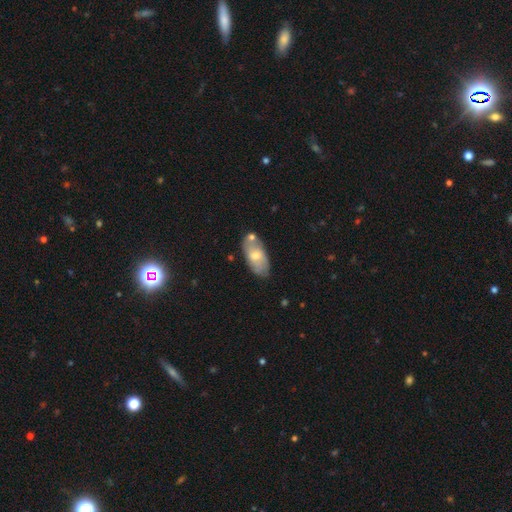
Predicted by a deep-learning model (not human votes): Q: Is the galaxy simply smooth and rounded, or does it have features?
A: smooth — 53%.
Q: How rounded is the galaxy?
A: in between — 90%.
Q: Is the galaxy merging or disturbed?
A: none — 62%.